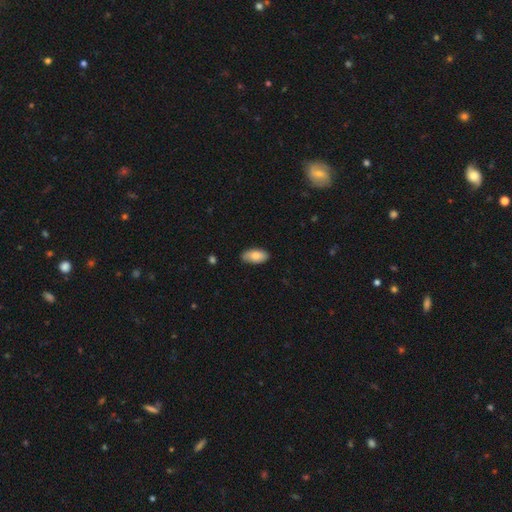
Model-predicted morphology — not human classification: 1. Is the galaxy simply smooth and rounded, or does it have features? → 80% smooth, 14% featured or disk, 6% star or artifact.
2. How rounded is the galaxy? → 93% in between, 4% cigar-shaped, 2% round.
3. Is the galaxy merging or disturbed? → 82% none, 14% minor disturbance, 2% major disturbance, 1% merger.